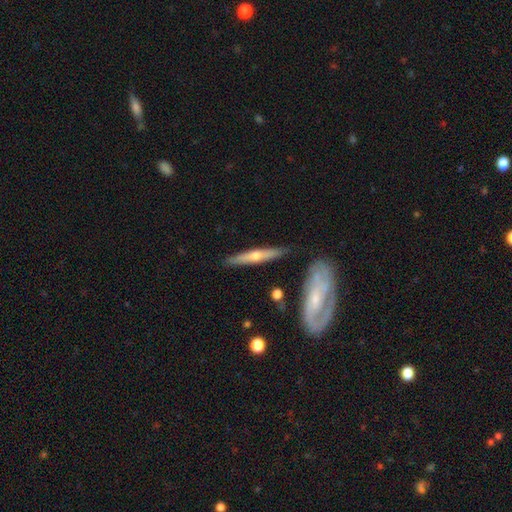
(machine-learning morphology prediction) This appears to be a featured or disk galaxy (67%) viewed edge-on (88%) with a rounded central bulge (83%). Merging: none (84%).